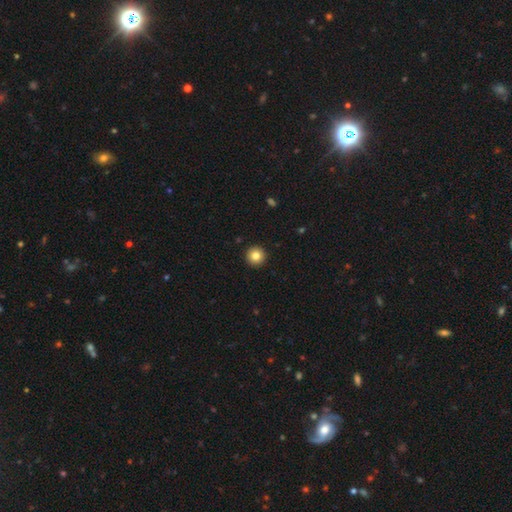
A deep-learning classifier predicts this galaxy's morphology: A smooth galaxy with no disk features (83%) that is round (97%). Merging: none (94%).